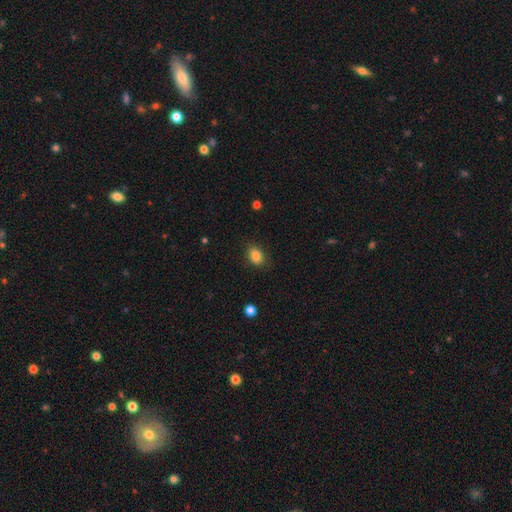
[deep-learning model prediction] Morphology: type=smooth (86%); roundness=in between (76%); merging=none (82%).